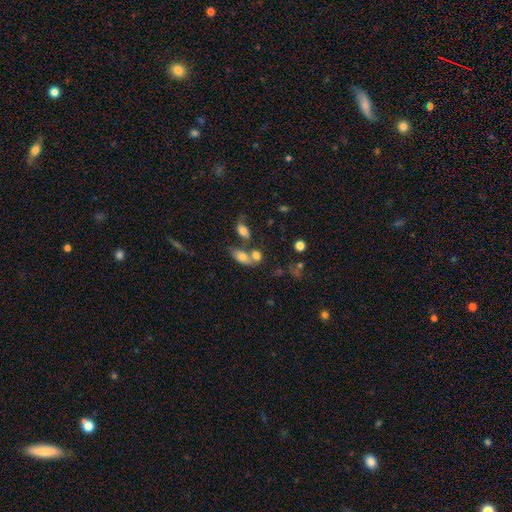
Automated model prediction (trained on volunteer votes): Smooth or featured? Predicted: smooth (p=0.74). How rounded? Predicted: in between (p=0.70). Merging? Predicted: merger (p=0.44).